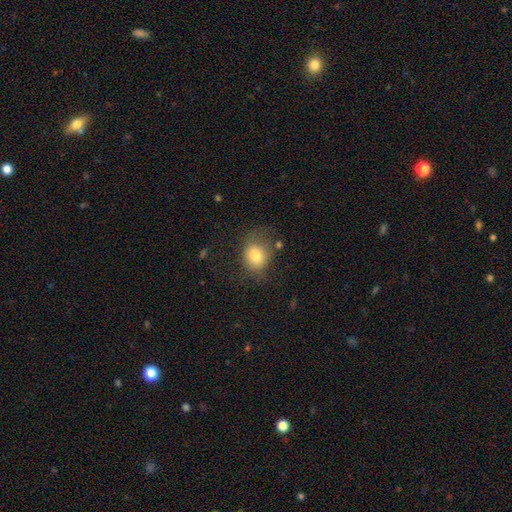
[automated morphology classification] Smooth or featured? Predicted: smooth (p=0.77). How rounded? Predicted: round (p=0.63). Merging? Predicted: none (p=0.59).